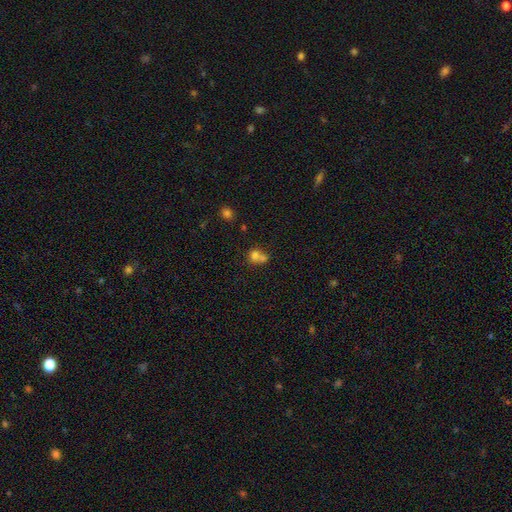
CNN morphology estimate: Smooth or featured: smooth — 72% (featured or disk — 15%)
How rounded: round — 73% (in between — 26%)
Merging: merger — 61% (none — 29%)